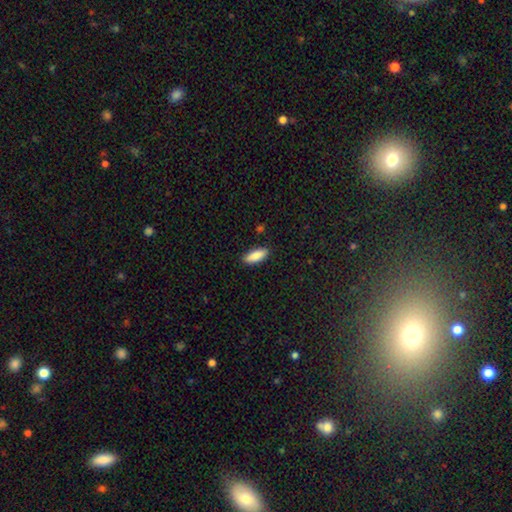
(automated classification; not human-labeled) The model was most divided on "how rounded": in between: 76%, cigar-shaped: 22%, round: 2%. More confident: merging — none (89%); smooth or featured — smooth (88%).